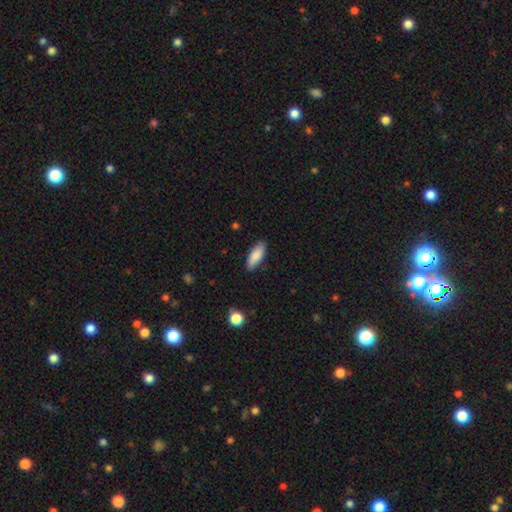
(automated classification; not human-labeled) Q: Smooth or featured?
A: smooth (84%); runner-up: featured or disk (10%)
Q: How rounded?
A: in between (75%); runner-up: cigar-shaped (23%)
Q: Merging?
A: none (83%); runner-up: minor disturbance (13%)